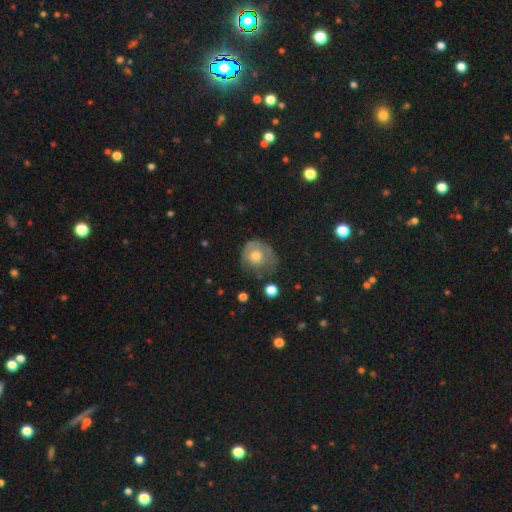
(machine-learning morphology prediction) Smooth or featured?
  - smooth: 59% *
  - featured or disk: 32%
  - star or artifact: 9%
How rounded?
  - round: 77% *
  - in between: 22%
  - cigar-shaped: 1%
Merging?
  - none: 46% *
  - minor disturbance: 31%
  - major disturbance: 20%
  - merger: 3%